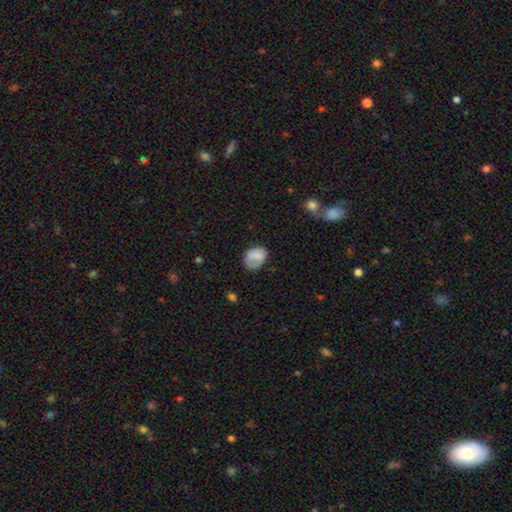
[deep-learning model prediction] The model was most divided on "merging": none: 57%, minor disturbance: 28%, major disturbance: 13%, merger: 2%. More confident: smooth or featured — smooth (79%); how rounded — in between (68%).